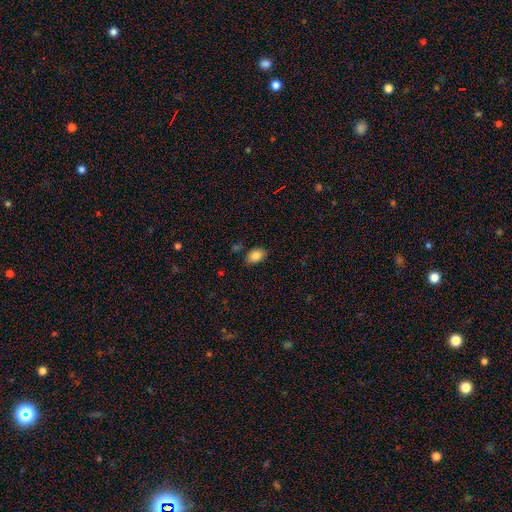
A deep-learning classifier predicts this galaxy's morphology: A smooth galaxy with no disk features (86%) that is in between round and cigar-shaped (85%).

Vote fractions:
- Smooth or featured? smooth: 86% / star or artifact: 8% / featured or disk: 6%
- How rounded? in between: 85% / round: 13% / cigar-shaped: 1%
- Merging? none: 80% / minor disturbance: 14% / merger: 4% / major disturbance: 3%